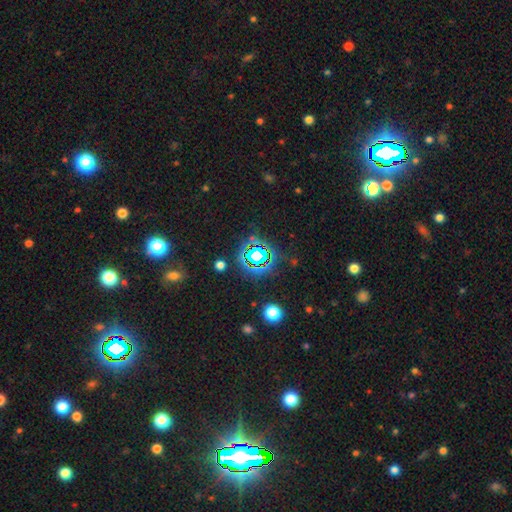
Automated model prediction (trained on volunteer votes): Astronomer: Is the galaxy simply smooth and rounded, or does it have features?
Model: star or artifact — 74%.